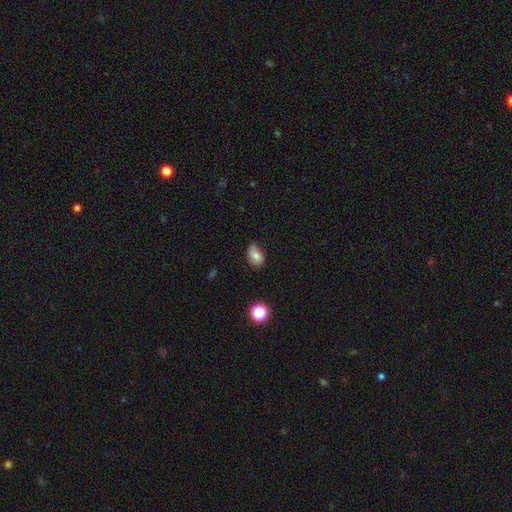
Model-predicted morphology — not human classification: Smooth or featured?
  - smooth: 69% *
  - featured or disk: 20%
  - star or artifact: 10%
How rounded?
  - in between: 74% *
  - round: 25%
  - cigar-shaped: 2%
Merging?
  - none: 48% *
  - minor disturbance: 39%
  - major disturbance: 10%
  - merger: 3%